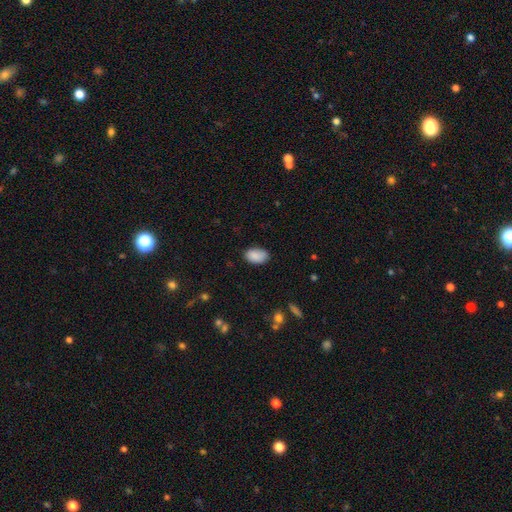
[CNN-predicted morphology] Smooth or featured: smooth — 89% (star or artifact — 7%)
How rounded: in between — 93% (round — 6%)
Merging: none — 83% (minor disturbance — 14%)